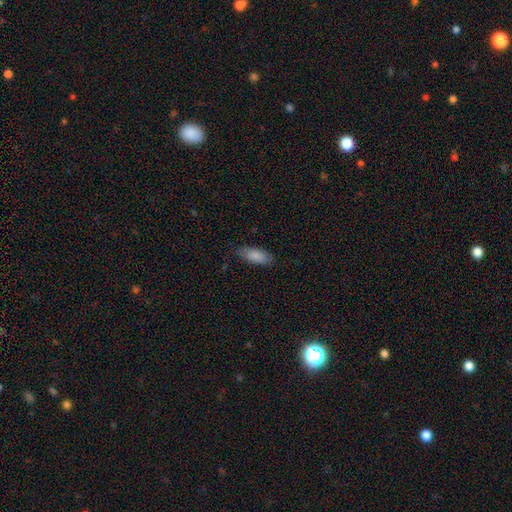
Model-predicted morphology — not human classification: smooth_or_featured: smooth (p=0.87) [alt: featured or disk p=0.07]
how_rounded: in between (p=0.82) [alt: cigar-shaped p=0.16]
merging: none (p=0.75) [alt: minor disturbance p=0.20]